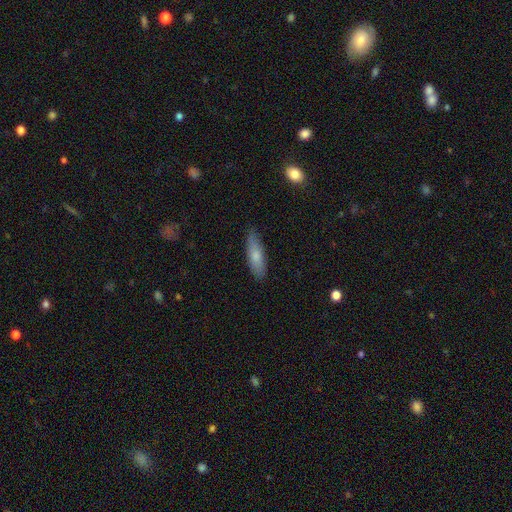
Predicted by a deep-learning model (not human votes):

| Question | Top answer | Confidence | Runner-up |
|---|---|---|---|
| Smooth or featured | smooth | 74% | featured or disk (20%) |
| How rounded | cigar-shaped | 55% | in between (43%) |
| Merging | none | 82% | minor disturbance (15%) |